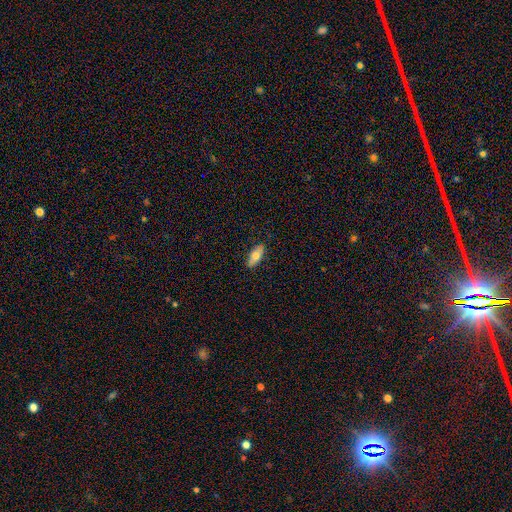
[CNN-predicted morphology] A smooth galaxy with no disk features (70%) that is in between round and cigar-shaped (78%). Merging: none (86%).